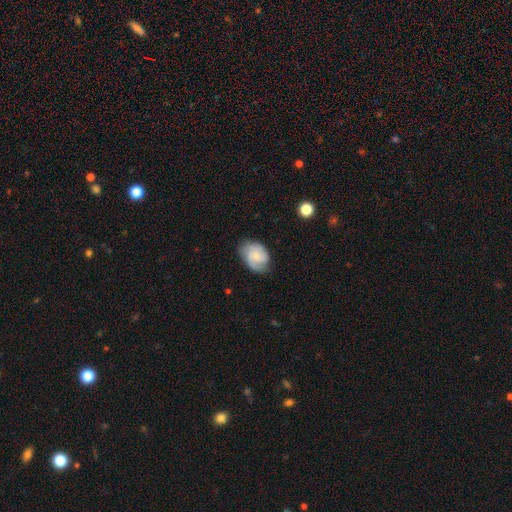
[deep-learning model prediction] Smooth or featured?
  - featured or disk: 60% *
  - smooth: 33%
  - star or artifact: 7%
Edge-on disk?
  - no: 97% *
  - yes: 3%
Bar?
  - no: 66% *
  - weak: 30%
  - strong: 4%
Spiral arms?
  - yes: 92% *
  - no: 8%
Spiral winding?
  - tight: 46% *
  - medium: 40%
  - loose: 13%
Spiral arm count?
  - 2: 49% *
  - can't tell: 21%
  - 3: 18%
  - 1: 6%
  - 4: 3%
  - more than 4: 3%
Bulge size?
  - small: 60% *
  - moderate: 29%
  - none: 8%
  - large: 2%
  - dominant: 1%
Merging?
  - none: 68% *
  - minor disturbance: 24%
  - major disturbance: 7%
  - merger: 1%